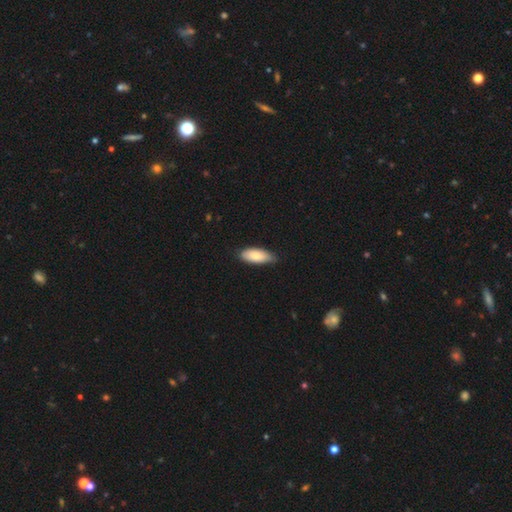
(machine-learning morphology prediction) type=smooth (81%); roundness=in between (83%); merging=none (73%).